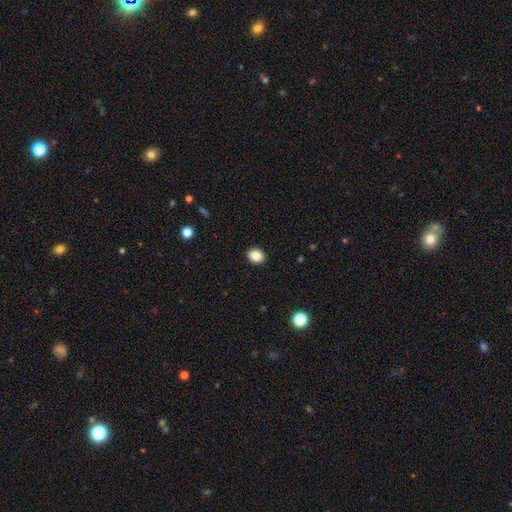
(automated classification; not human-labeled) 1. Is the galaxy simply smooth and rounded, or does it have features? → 86% smooth, 10% star or artifact, 5% featured or disk.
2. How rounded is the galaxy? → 57% round, 43% in between, 1% cigar-shaped.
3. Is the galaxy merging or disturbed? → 91% none, 6% minor disturbance, 2% major disturbance, 1% merger.